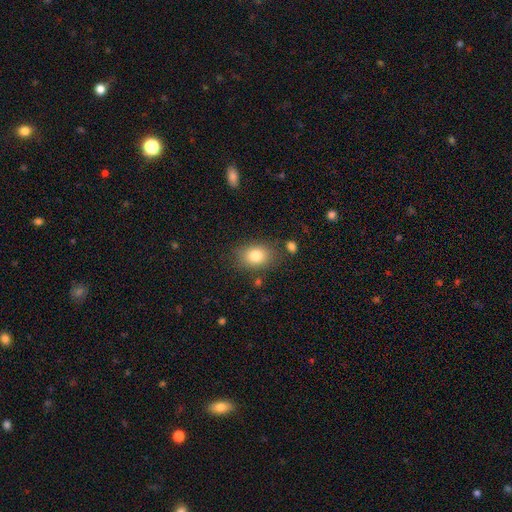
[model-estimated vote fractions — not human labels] smooth 81%, featured or disk 10%, star or artifact 9%. Down the decision tree: how rounded — in between (69%); merging — none (79%).